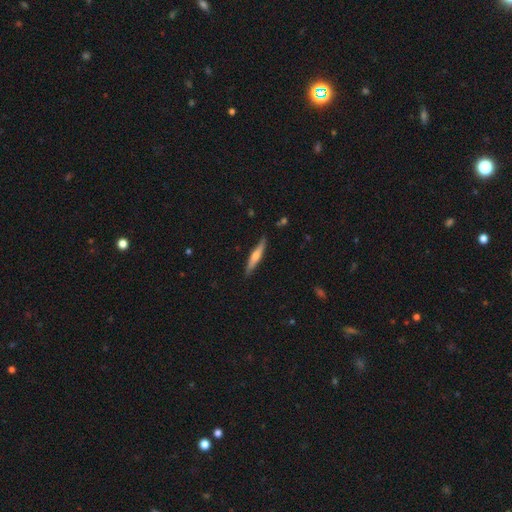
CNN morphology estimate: A smooth galaxy with no disk features (48%).

Vote fractions:
- Smooth or featured? smooth: 48% / featured or disk: 47% / star or artifact: 6%
- Merging? none: 87% / minor disturbance: 10% / major disturbance: 2% / merger: 1%